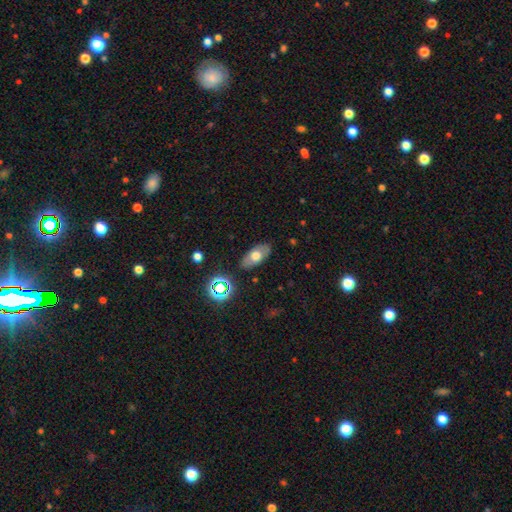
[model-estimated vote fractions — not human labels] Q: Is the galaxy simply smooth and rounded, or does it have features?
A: smooth — 62%.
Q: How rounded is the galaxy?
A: in between — 89%.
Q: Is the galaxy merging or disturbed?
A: none — 84%.